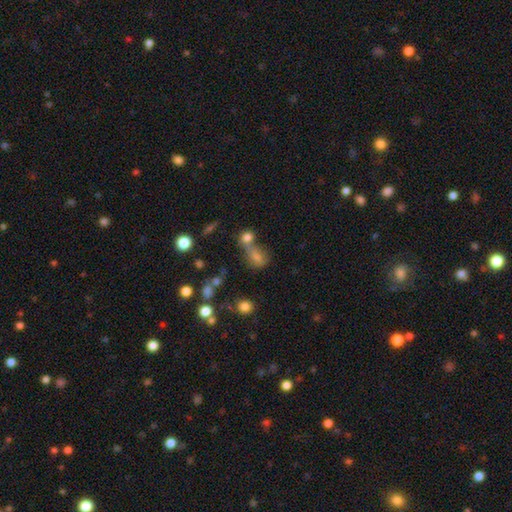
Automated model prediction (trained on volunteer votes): smooth 66%, star or artifact 18%, featured or disk 16%. Down the decision tree: how rounded — in between (58%); merging — merger (51%).